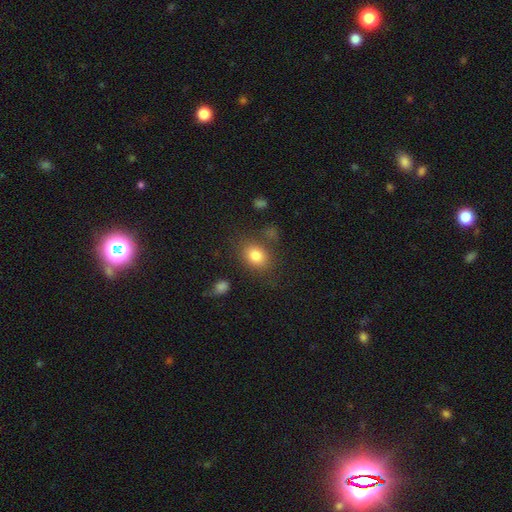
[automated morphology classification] A smooth galaxy with no disk features (81%) that is in between round and cigar-shaped (55%). Merging: none (74%).